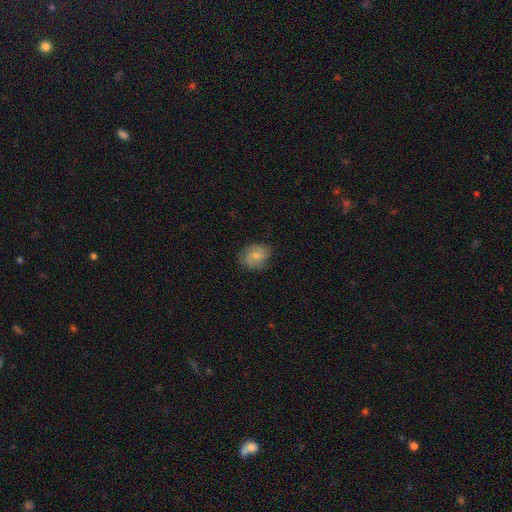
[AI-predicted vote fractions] Smooth or featured: smooth — 69% (featured or disk — 23%)
How rounded: in between — 56% (round — 43%)
Merging: none — 69% (minor disturbance — 23%)